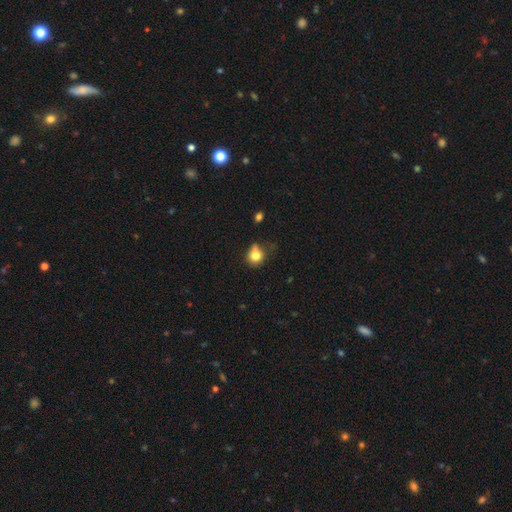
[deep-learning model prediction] Overall: smooth (77%). How rounded: round (67%; in between 32%). Merging: none (41%; minor disturbance 37%).